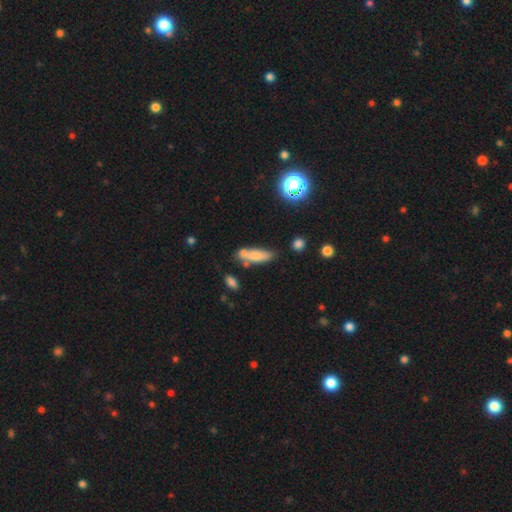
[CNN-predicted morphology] Smooth or featured: smooth — 69% (featured or disk — 21%)
How rounded: in between — 49% (cigar-shaped — 48%)
Merging: none — 53% (merger — 23%)